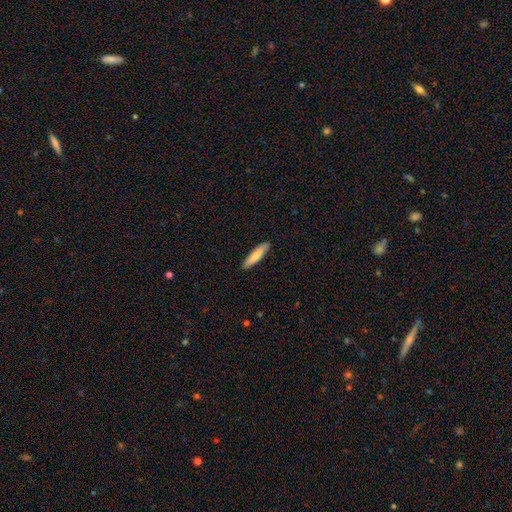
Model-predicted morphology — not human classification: smooth_or_featured: smooth (p=0.76) [alt: featured or disk p=0.19]
how_rounded: cigar-shaped (p=0.79) [alt: in between p=0.19]
merging: none (p=0.89) [alt: minor disturbance p=0.08]